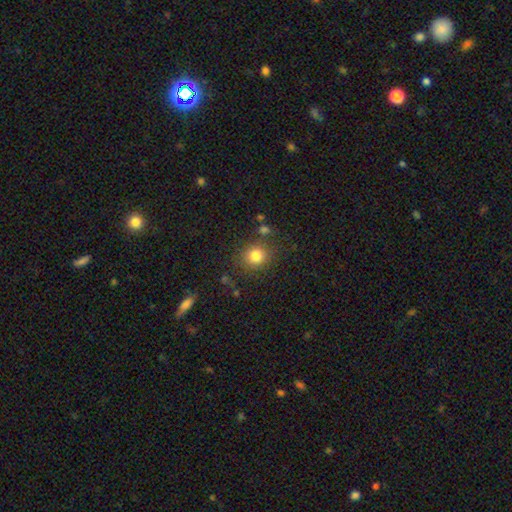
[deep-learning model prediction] Smooth or featured?
  - smooth: 82% *
  - star or artifact: 12%
  - featured or disk: 6%
How rounded?
  - round: 83% *
  - in between: 16%
  - cigar-shaped: 1%
Merging?
  - none: 80% *
  - minor disturbance: 11%
  - merger: 5%
  - major disturbance: 4%